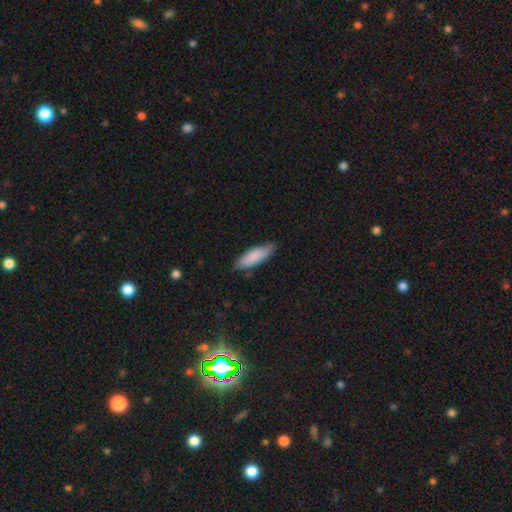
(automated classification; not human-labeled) Q: Smooth or featured?
A: smooth (84%); runner-up: featured or disk (10%)
Q: How rounded?
A: in between (55%); runner-up: cigar-shaped (44%)
Q: Merging?
A: none (78%); runner-up: minor disturbance (18%)